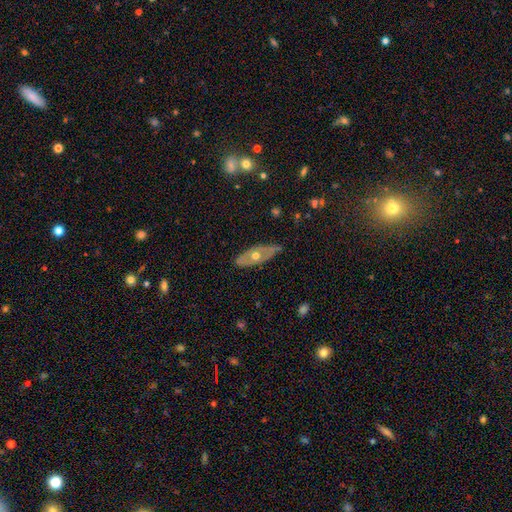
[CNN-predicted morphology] type=featured or disk (54%); edge-on=no (68%); merging=none (71%).